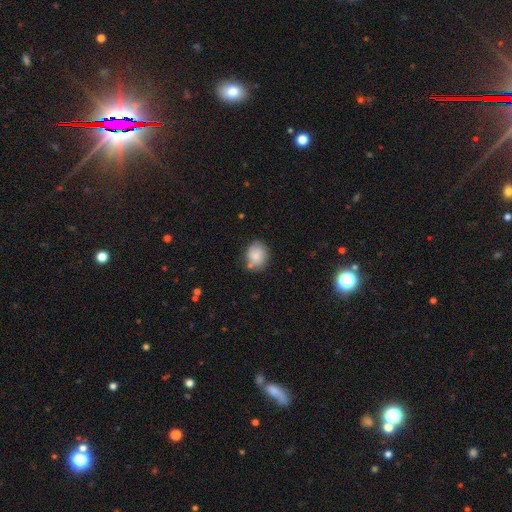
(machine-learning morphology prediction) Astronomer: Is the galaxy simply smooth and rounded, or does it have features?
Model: smooth — 74%.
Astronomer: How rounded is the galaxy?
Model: round — 57% (runner-up: in between, 42%).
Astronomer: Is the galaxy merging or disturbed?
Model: none — 68%.